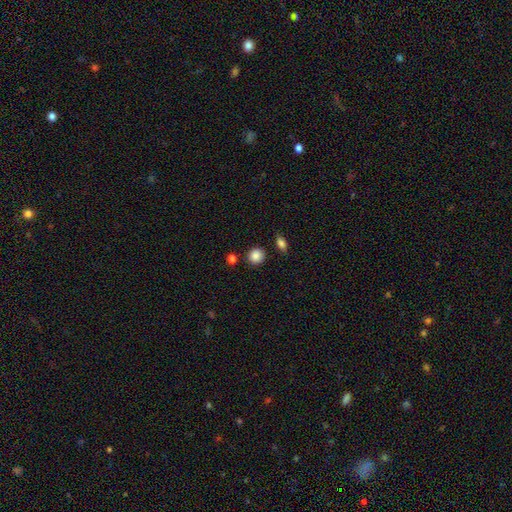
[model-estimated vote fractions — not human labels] smooth-or-featured: smooth: 86% | star or artifact: 9% | featured or disk: 4%
  how-rounded: round: 89% | in between: 10% | cigar-shaped: 1%
  merging: none: 86% | minor disturbance: 8% | merger: 4% | major disturbance: 2%